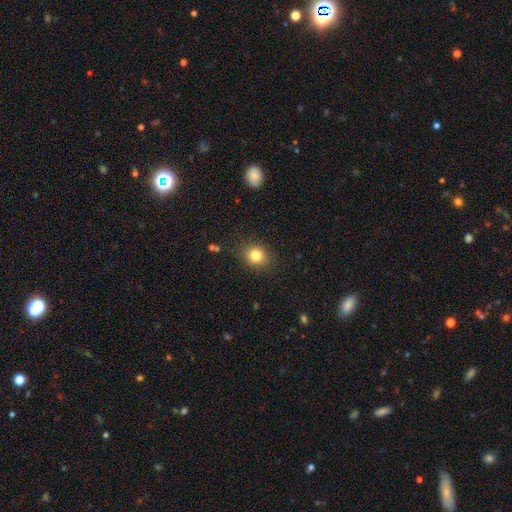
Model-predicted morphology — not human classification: Smooth or featured?
  - smooth: 81% *
  - star or artifact: 12%
  - featured or disk: 7%
How rounded?
  - round: 69% *
  - in between: 30%
  - cigar-shaped: 1%
Merging?
  - none: 87% *
  - minor disturbance: 9%
  - major disturbance: 3%
  - merger: 1%